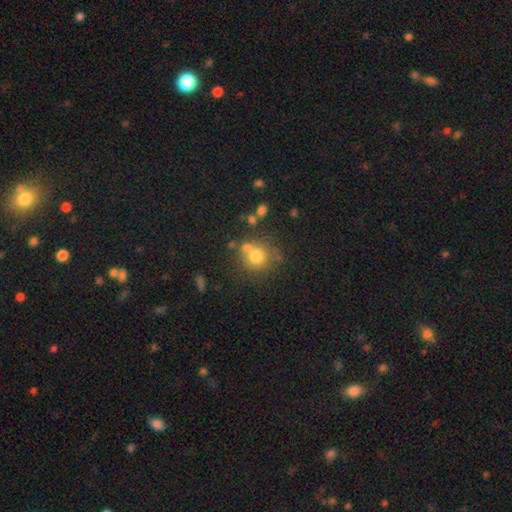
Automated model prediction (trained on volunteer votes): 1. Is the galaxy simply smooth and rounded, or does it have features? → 73% smooth, 14% featured or disk, 13% star or artifact.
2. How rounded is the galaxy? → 86% round, 13% in between, 1% cigar-shaped.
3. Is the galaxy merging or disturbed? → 57% none, 25% merger, 13% minor disturbance, 6% major disturbance.